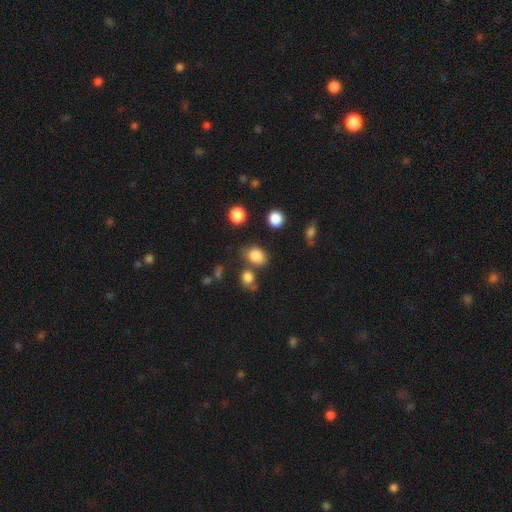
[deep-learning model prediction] Overall: smooth (83%). How rounded: in between (62%; round 36%). Merging: none (67%).